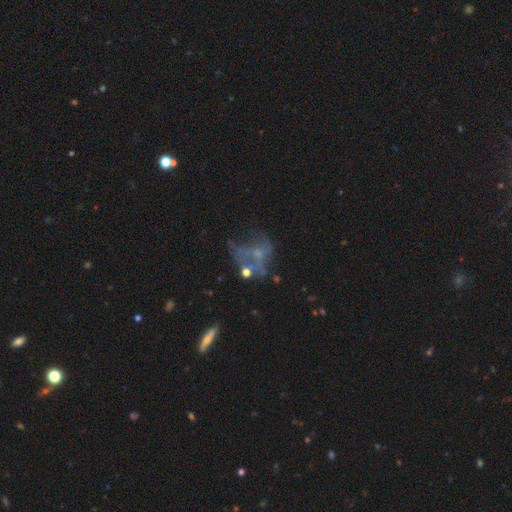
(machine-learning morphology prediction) featured or disk 53%, smooth 26%, star or artifact 21%. Down the decision tree: edge-on disk — no (96%); bar — no (84%); spiral arms — no (80%); bulge size — none (45%); merging — major disturbance (35%).